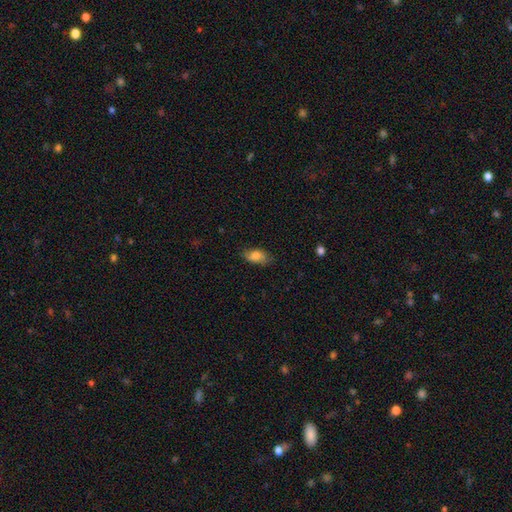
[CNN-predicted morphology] Smooth or featured? Predicted: smooth (p=0.80). How rounded? Predicted: in between (p=0.89). Merging? Predicted: none (p=0.74).